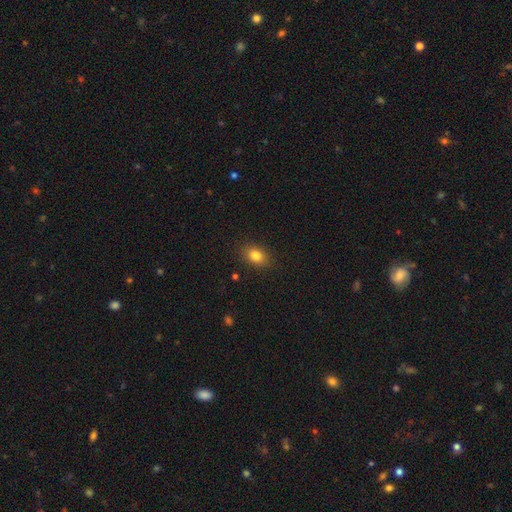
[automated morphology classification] A smooth galaxy with no disk features (83%) that is in between round and cigar-shaped (75%).

Vote fractions:
- Smooth or featured? smooth: 83% / star or artifact: 10% / featured or disk: 7%
- How rounded? in between: 75% / round: 23% / cigar-shaped: 2%
- Merging? none: 87% / minor disturbance: 9% / major disturbance: 2% / merger: 1%